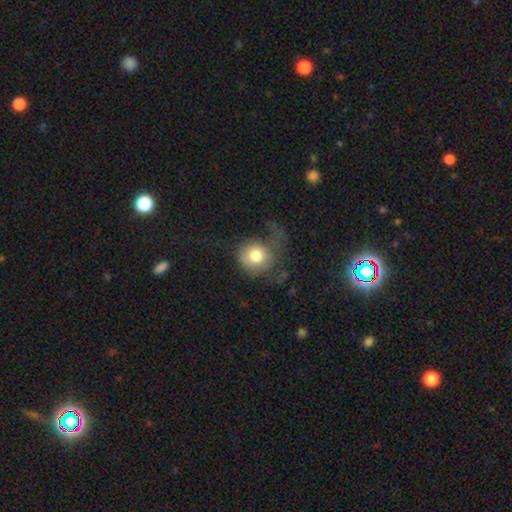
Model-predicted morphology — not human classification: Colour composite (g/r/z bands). It shows a smooth galaxy with no disk features (73%) that is round (85%). Merging: major disturbance (40%).